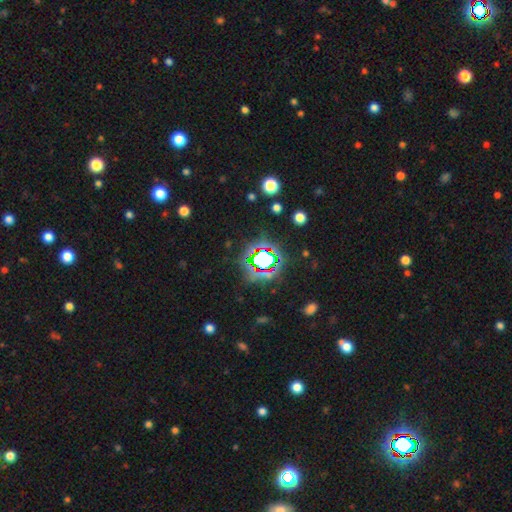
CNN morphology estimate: Smooth or featured? star or artifact (70%)